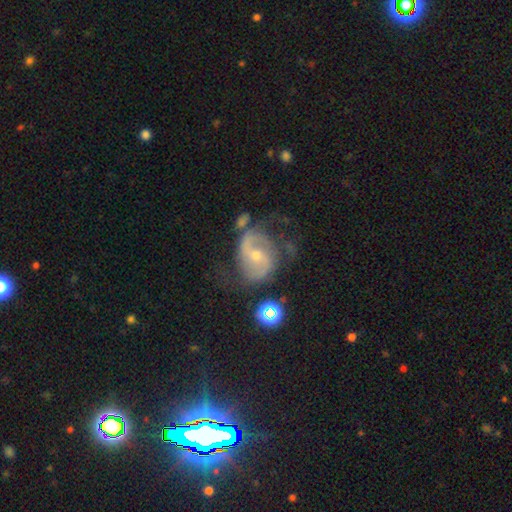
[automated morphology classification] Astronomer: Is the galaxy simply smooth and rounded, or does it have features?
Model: featured or disk — 82%.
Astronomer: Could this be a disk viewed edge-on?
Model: no — 97%.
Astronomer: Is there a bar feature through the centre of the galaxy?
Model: no — 43% (runner-up: weak, 39%).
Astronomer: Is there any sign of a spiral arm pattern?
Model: yes — 92%.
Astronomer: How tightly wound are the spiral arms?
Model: medium — 47% (runner-up: loose, 31%).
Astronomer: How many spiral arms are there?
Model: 2 — 82%.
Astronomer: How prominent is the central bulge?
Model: small — 56% (runner-up: moderate, 41%).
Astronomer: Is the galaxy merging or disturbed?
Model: none — 54%.